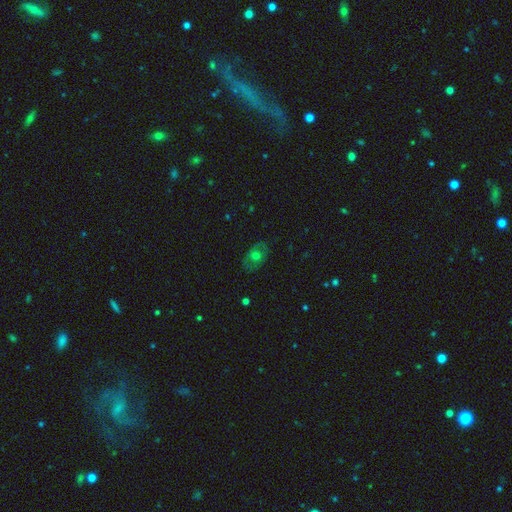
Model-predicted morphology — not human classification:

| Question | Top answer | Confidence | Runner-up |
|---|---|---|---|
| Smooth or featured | smooth | 47% | featured or disk (43%) |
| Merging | none | 79% | minor disturbance (15%) |